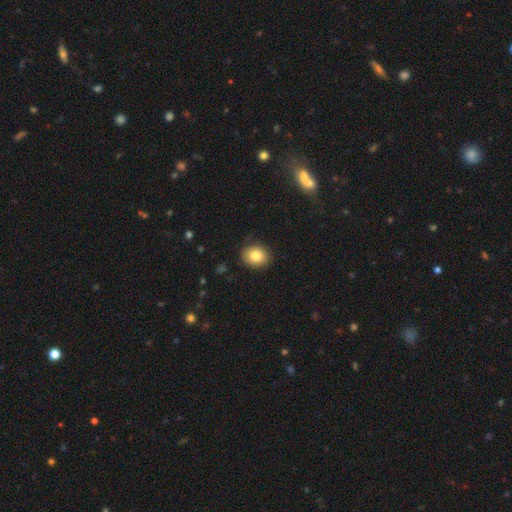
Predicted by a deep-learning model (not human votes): Q: Smooth or featured?
A: smooth (82%); runner-up: star or artifact (9%)
Q: How rounded?
A: round (55%); runner-up: in between (45%)
Q: Merging?
A: none (87%); runner-up: minor disturbance (10%)